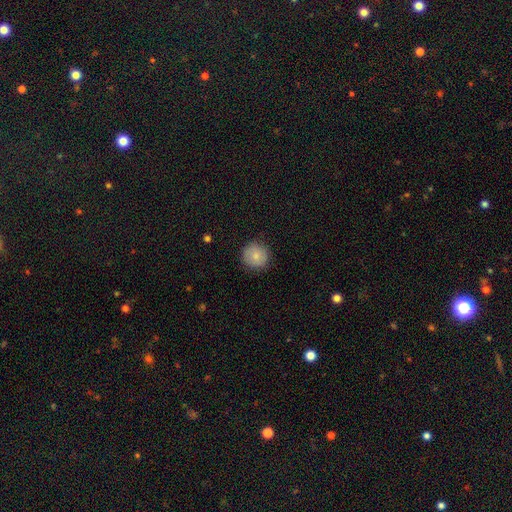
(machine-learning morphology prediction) smooth-or-featured: smooth: 82% | featured or disk: 11% | star or artifact: 7%
  how-rounded: round: 94% | in between: 5% | cigar-shaped: 1%
  merging: none: 87% | minor disturbance: 9% | major disturbance: 2% | merger: 1%